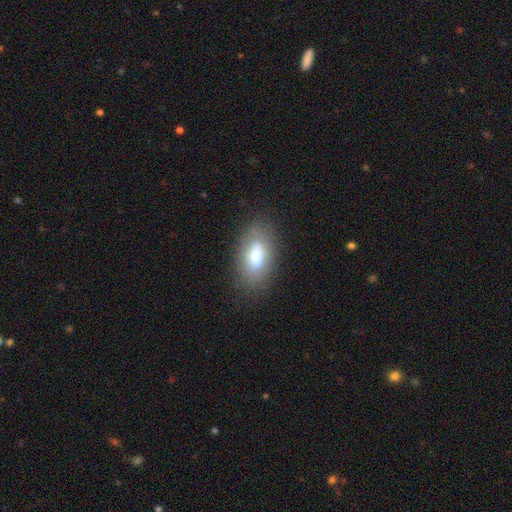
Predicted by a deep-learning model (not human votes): This is likely a smooth galaxy (68%). How rounded: clearly in between (90%). Merging: clearly none (80%).